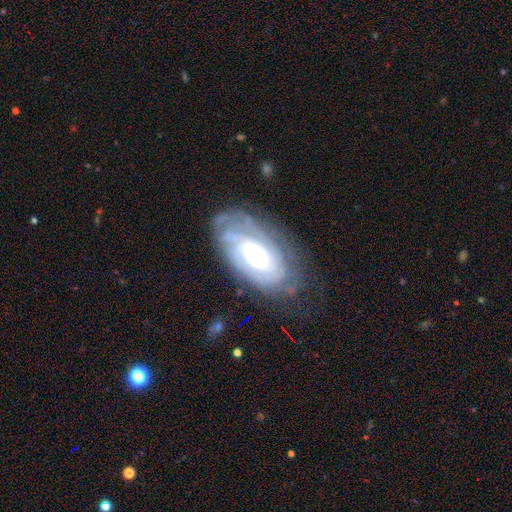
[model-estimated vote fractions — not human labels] smooth_or_featured: featured or disk (p=0.84) [alt: smooth p=0.10]
disk_edge_on: no (p=0.94) [alt: yes p=0.06]
bar: no (p=0.54) [alt: weak p=0.32]
has_spiral_arms: yes (p=0.94) [alt: no p=0.06]
spiral_winding: tight (p=0.77) [alt: medium p=0.18]
spiral_arm_count: can't tell (p=0.44) [alt: 2 p=0.18]
bulge_size: moderate (p=0.60) [alt: small p=0.23]
merging: none (p=0.71) [alt: minor disturbance p=0.20]